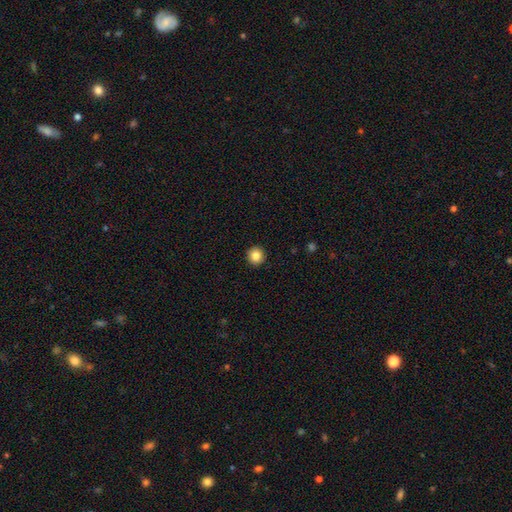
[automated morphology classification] type=smooth (84%); roundness=round (95%); merging=none (93%).